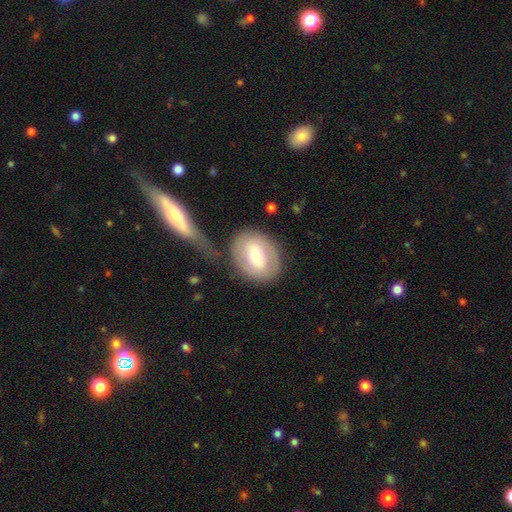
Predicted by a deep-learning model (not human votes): This is possibly a smooth galaxy (54%). How rounded: possibly in between (51%). Merging: likely none (64%).